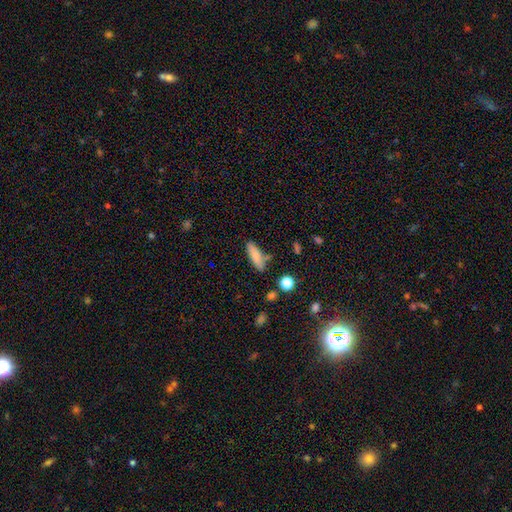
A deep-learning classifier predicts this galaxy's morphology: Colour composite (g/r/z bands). It shows a smooth galaxy with no disk features (77%) that is cigar-shaped (51%). Merging: none (69%).